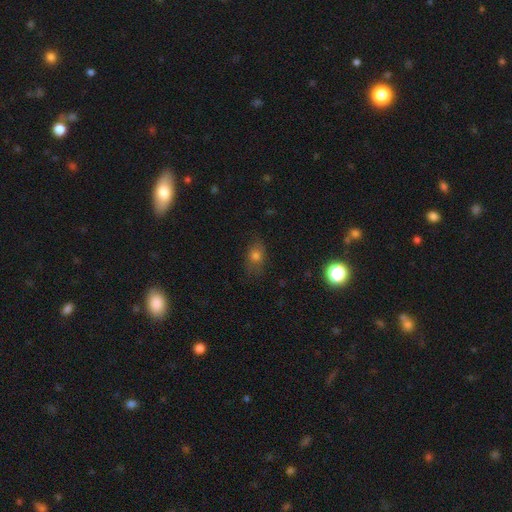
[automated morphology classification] The model was most divided on "how rounded": in between: 72%, round: 25%, cigar-shaped: 3%. More confident: merging — none (74%); smooth or featured — smooth (73%).